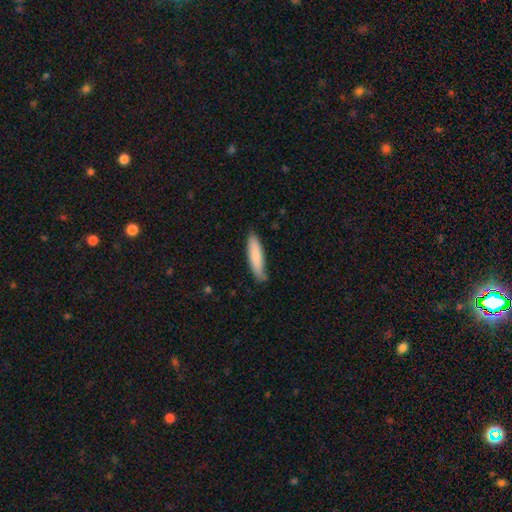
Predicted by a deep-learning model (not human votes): Overall: smooth (81%). How rounded: cigar-shaped (76%). Merging: none (76%).